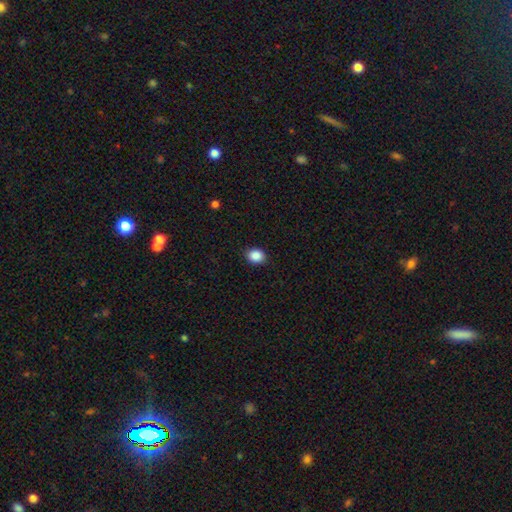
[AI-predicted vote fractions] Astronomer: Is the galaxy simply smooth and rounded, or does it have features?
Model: smooth — 88%.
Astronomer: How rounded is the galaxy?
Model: round — 55% (runner-up: in between, 44%).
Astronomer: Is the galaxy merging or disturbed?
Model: none — 89%.